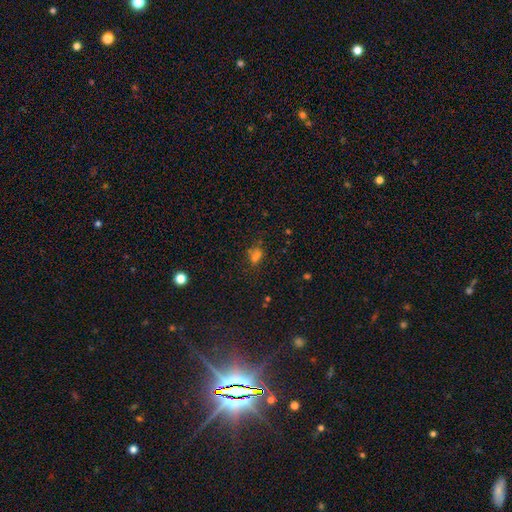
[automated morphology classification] Q: Smooth or featured?
A: smooth (54%); runner-up: star or artifact (35%)
Q: How rounded?
A: in between (65%); runner-up: round (29%)
Q: Merging?
A: none (59%); runner-up: minor disturbance (17%)